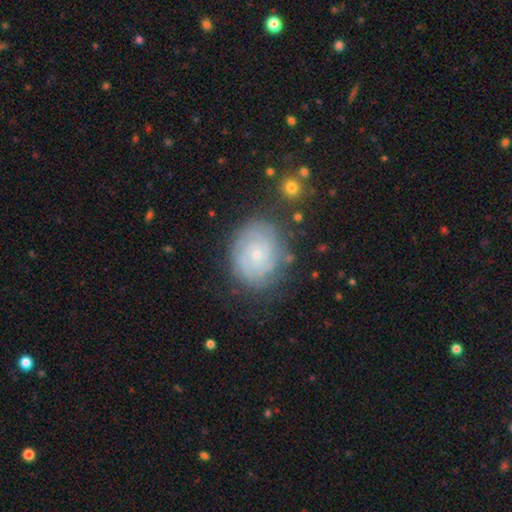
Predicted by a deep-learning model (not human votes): Q: Smooth or featured?
A: featured or disk (76%); runner-up: smooth (16%)
Q: Edge-on disk?
A: no (97%); runner-up: yes (3%)
Q: Bar?
A: no (79%); runner-up: weak (17%)
Q: Spiral arms?
A: yes (93%); runner-up: no (7%)
Q: Spiral winding?
A: tight (80%); runner-up: medium (16%)
Q: Spiral arm count?
A: can't tell (40%); runner-up: 2 (23%)
Q: Bulge size?
A: small (79%); runner-up: moderate (17%)
Q: Merging?
A: none (78%); runner-up: minor disturbance (15%)